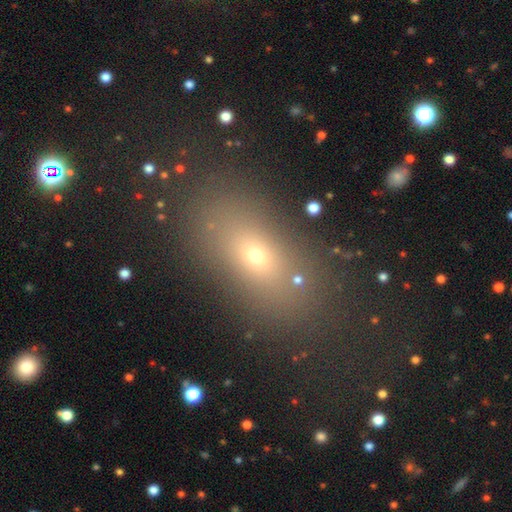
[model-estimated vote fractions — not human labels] This is likely a smooth galaxy (62%). How rounded: likely in between (74%). Merging: likely none (79%).